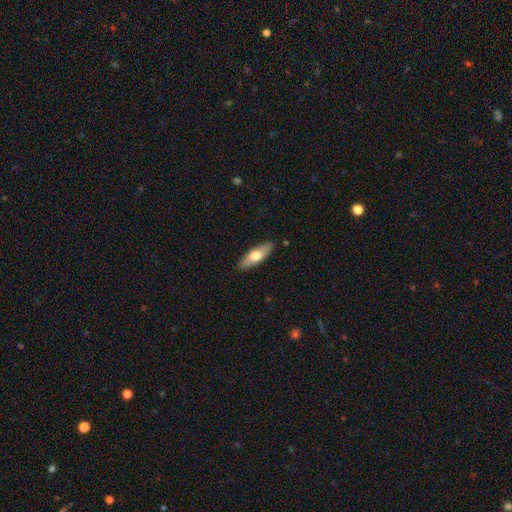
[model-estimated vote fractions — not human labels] This appears to be a smooth galaxy with no disk features (61%) that is in between round and cigar-shaped (52%). Merging: none (88%).